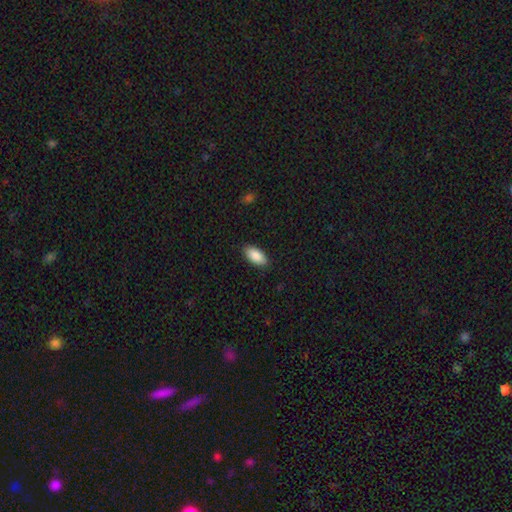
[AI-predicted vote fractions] Smooth or featured: smooth — 89% (star or artifact — 6%)
How rounded: in between — 92% (cigar-shaped — 6%)
Merging: none — 88% (minor disturbance — 9%)